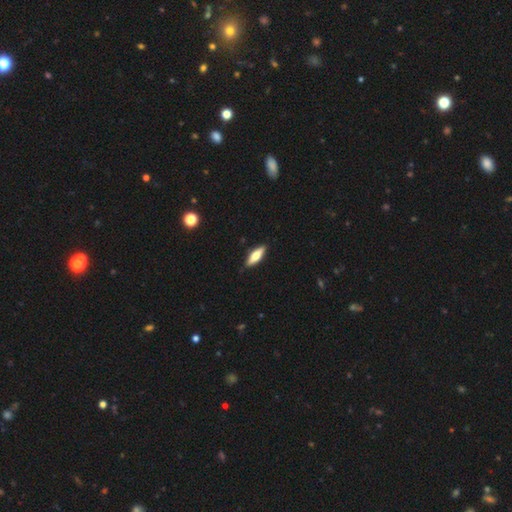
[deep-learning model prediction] Smooth or featured? Predicted: smooth (p=0.60). How rounded? Predicted: in between (p=0.50). Merging? Predicted: none (p=0.88).